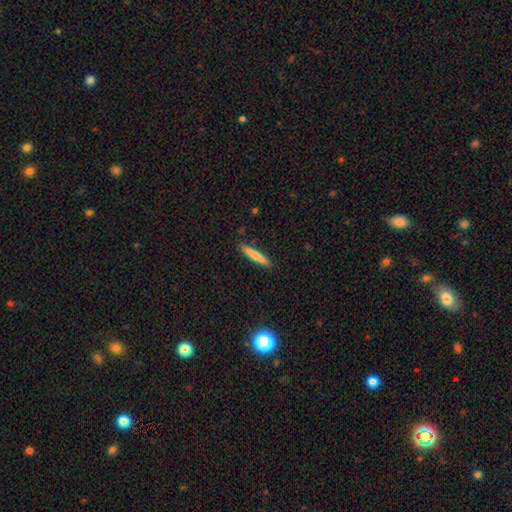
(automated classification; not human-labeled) Morphology: type=smooth (74%); roundness=cigar-shaped (92%); merging=none (89%).